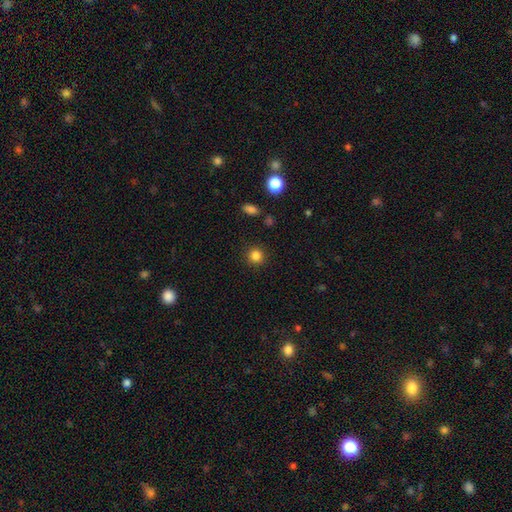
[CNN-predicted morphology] smooth 83%, star or artifact 12%, featured or disk 4%. Down the decision tree: how rounded — round (92%); merging — none (90%).